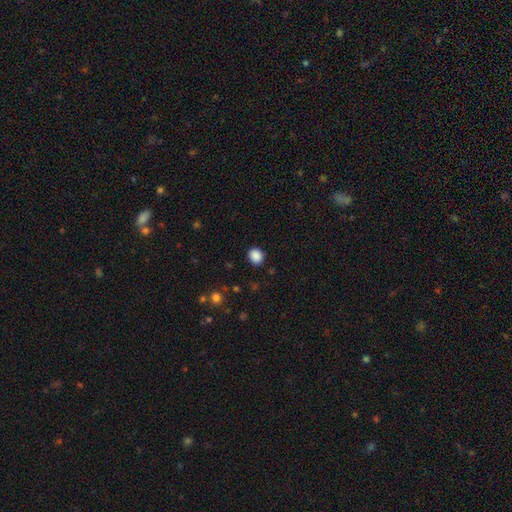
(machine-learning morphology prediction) Smooth or featured? smooth (88%)
How rounded? round (67%)
Merging? none (89%)